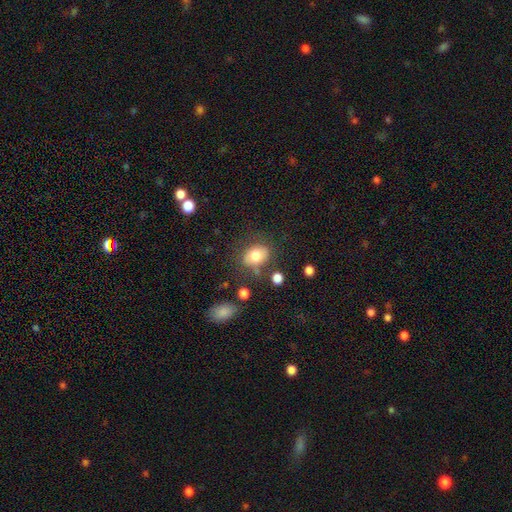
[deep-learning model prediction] A smooth galaxy with no disk features (76%) that is in between round and cigar-shaped (63%).

Vote fractions:
- Smooth or featured? smooth: 76% / featured or disk: 15% / star or artifact: 10%
- How rounded? in between: 63% / round: 36% / cigar-shaped: 1%
- Merging? none: 67% / minor disturbance: 19% / major disturbance: 7% / merger: 7%